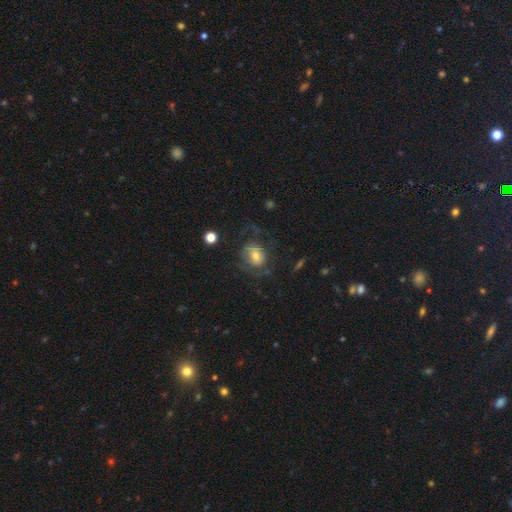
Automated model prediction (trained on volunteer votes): Smooth or featured? featured or disk (52%)
Edge-on disk? no (96%)
Bar? no (64%)
Spiral arms? yes (72%)
Bulge size? moderate (52%)
Merging? none (51%)